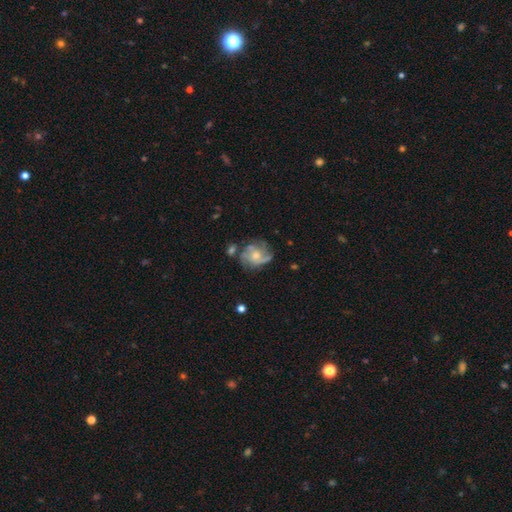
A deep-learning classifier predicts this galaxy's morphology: Overall: featured or disk (72%). Edge-on disk: no (98%). Bar: no (75%). Spiral arms: yes (86%). Spiral arm count: 3 (32%; can't tell 29%). Spiral winding: medium (43%; tight 35%). Bulge size: moderate (53%; small 36%). Merging: none (57%; minor disturbance 22%).